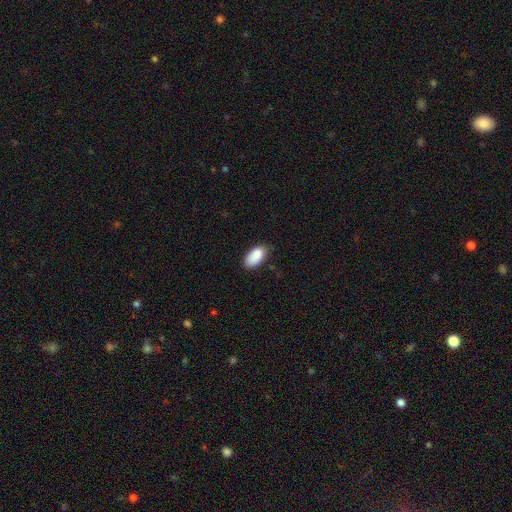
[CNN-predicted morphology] The model was most divided on "merging": none: 75%, minor disturbance: 20%, major disturbance: 3%, merger: 1%. More confident: how rounded — in between (95%); smooth or featured — smooth (89%).